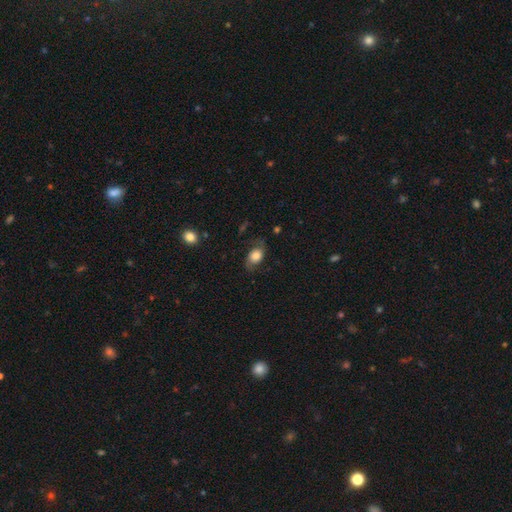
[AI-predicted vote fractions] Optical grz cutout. It shows a smooth galaxy with no disk features (51%) that is in between round and cigar-shaped (74%). Merging: none (68%).